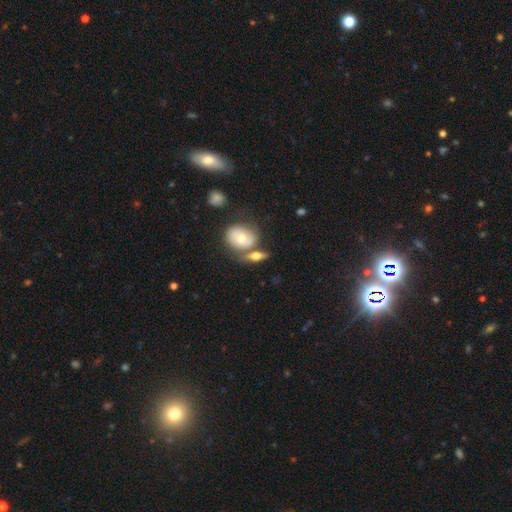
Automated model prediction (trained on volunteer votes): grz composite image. It shows a smooth galaxy with no disk features (48%). Merging: none (53%).